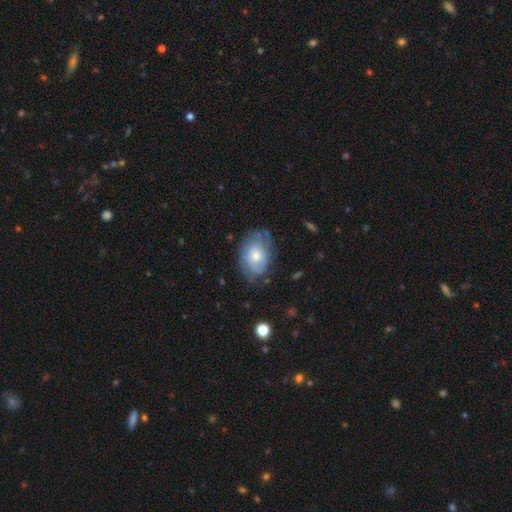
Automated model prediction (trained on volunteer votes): smooth-or-featured: featured or disk: 49% | smooth: 44% | star or artifact: 7%
  merging: none: 62% | minor disturbance: 26% | major disturbance: 10% | merger: 2%